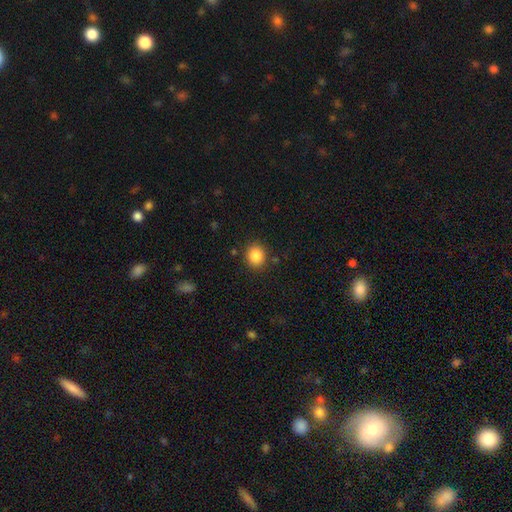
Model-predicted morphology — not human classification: A smooth galaxy with no disk features (86%) that is round (80%). Merging: none (86%).